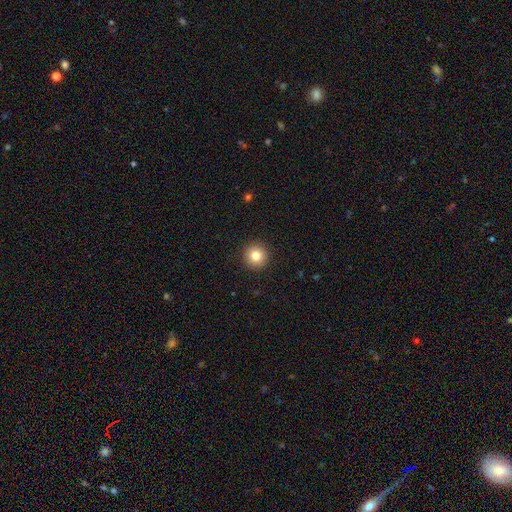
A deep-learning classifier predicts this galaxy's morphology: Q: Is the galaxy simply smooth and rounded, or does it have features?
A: smooth — 82%.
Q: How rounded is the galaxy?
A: round — 96%.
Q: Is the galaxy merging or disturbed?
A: none — 93%.